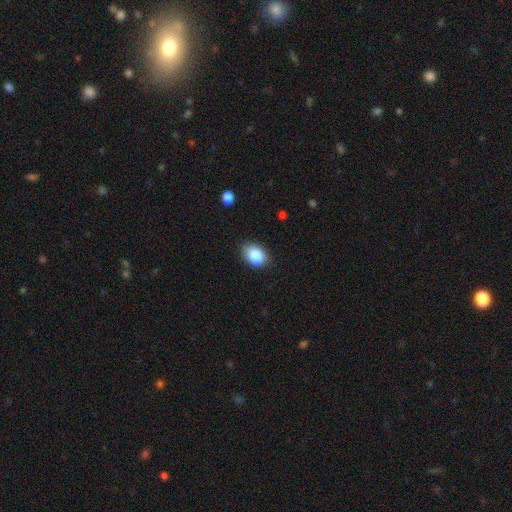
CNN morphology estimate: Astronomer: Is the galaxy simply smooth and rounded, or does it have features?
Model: smooth — 85%.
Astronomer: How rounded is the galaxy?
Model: in between — 75%.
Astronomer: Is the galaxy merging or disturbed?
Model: none — 76%.